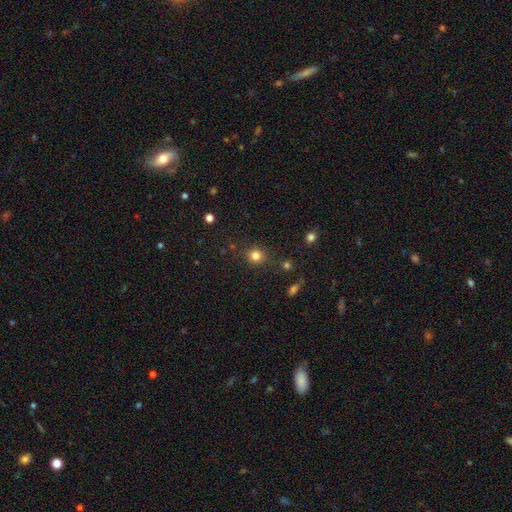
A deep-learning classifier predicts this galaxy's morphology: smooth-or-featured: smooth: 82% | star or artifact: 13% | featured or disk: 5%
  how-rounded: round: 89% | in between: 10% | cigar-shaped: 1%
  merging: none: 86% | minor disturbance: 8% | major disturbance: 3% | merger: 3%